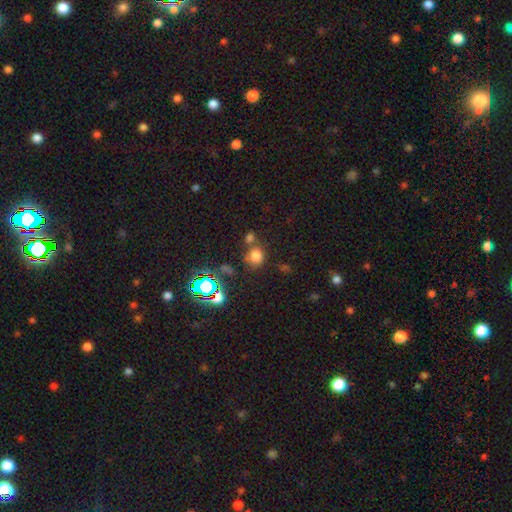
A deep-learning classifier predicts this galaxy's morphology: Smooth or featured: smooth — 71% (star or artifact — 22%)
How rounded: round — 79% (in between — 20%)
Merging: none — 62% (merger — 21%)